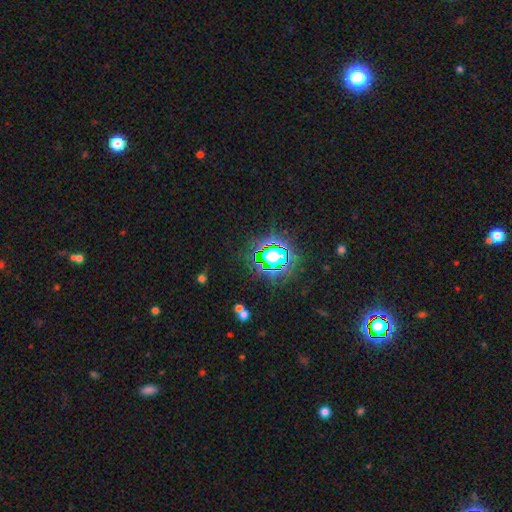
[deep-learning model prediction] star or artifact 80%, smooth 12%, featured or disk 7%.